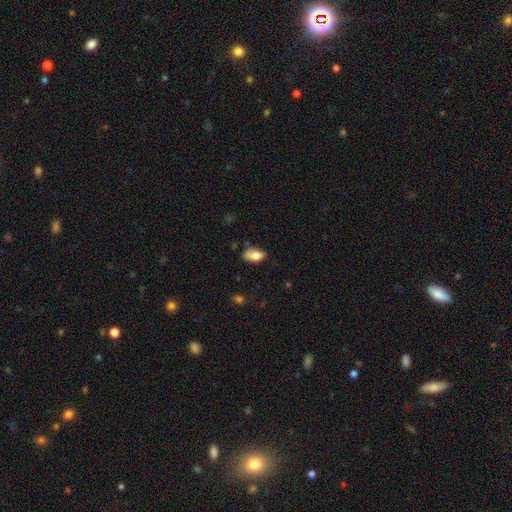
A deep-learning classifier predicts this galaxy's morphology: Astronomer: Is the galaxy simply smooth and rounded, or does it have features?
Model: smooth — 78%.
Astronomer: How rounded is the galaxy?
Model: in between — 91%.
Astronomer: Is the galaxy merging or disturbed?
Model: none — 57%.